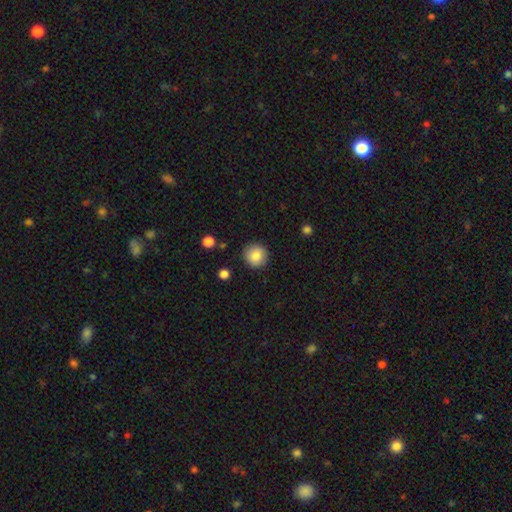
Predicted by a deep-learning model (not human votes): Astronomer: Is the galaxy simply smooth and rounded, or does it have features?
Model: smooth — 85%.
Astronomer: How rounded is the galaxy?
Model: round — 94%.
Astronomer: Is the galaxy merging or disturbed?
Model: none — 91%.